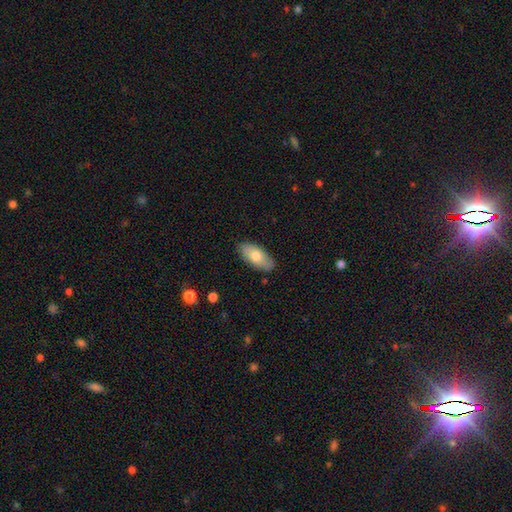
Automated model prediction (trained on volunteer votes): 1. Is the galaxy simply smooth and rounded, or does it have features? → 73% smooth, 21% featured or disk, 6% star or artifact.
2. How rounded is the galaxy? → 90% in between, 7% cigar-shaped, 3% round.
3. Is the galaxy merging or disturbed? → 85% none, 12% minor disturbance, 2% major disturbance, 1% merger.